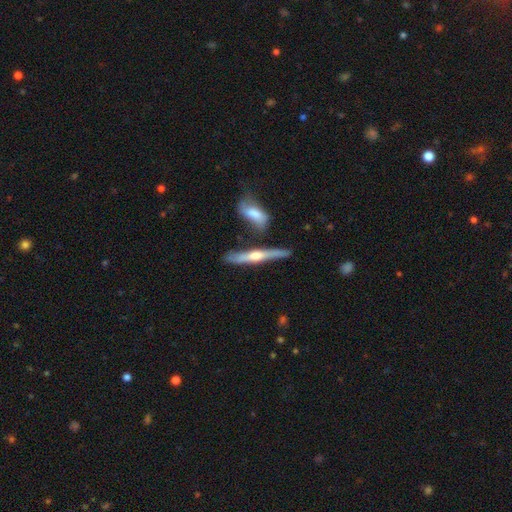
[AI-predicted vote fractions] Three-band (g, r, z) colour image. It shows a featured or disk galaxy (66%) viewed edge-on (95%) with a rounded central bulge (87%). Merging: none (73%).